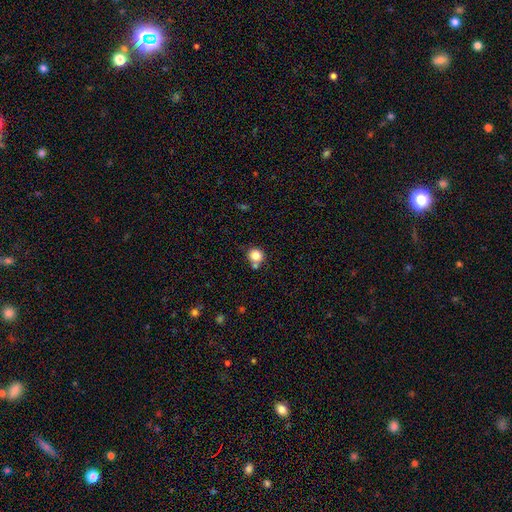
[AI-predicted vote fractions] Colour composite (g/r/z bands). It shows a smooth galaxy with no disk features (82%) that is round (87%). Merging: none (68%).